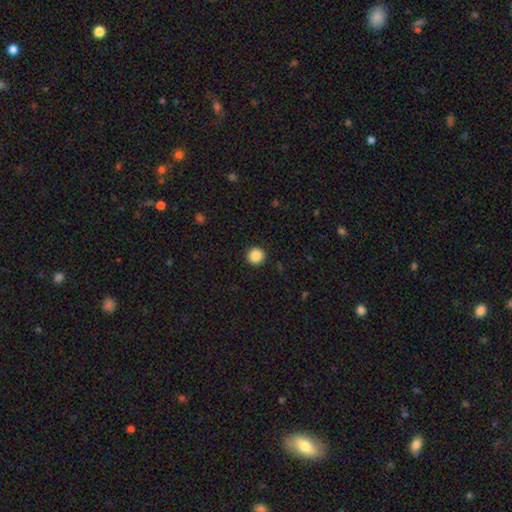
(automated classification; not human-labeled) Q: Smooth or featured?
A: smooth (88%); runner-up: star or artifact (10%)
Q: How rounded?
A: round (95%); runner-up: in between (4%)
Q: Merging?
A: none (93%); runner-up: minor disturbance (5%)